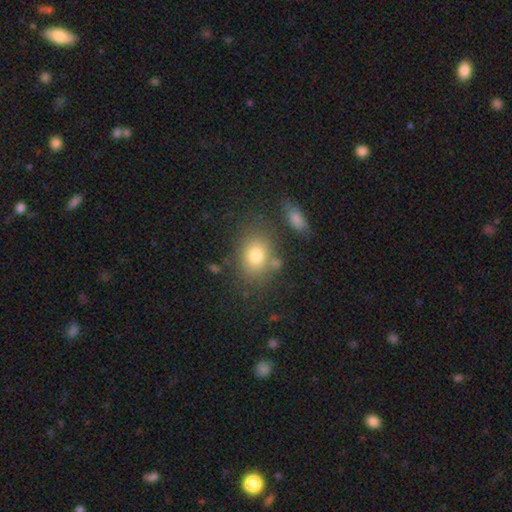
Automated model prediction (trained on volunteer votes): Morphology: type=smooth (78%); roundness=in between (61%); merging=none (72%).